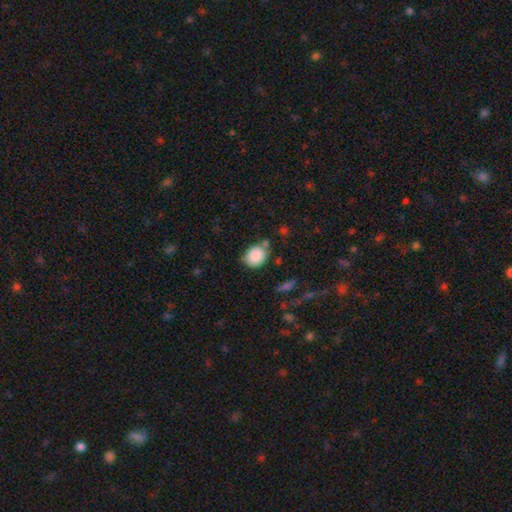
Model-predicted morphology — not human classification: smooth-or-featured: smooth: 87% | star or artifact: 8% | featured or disk: 5%
  how-rounded: round: 59% | in between: 40% | cigar-shaped: 1%
  merging: none: 69% | minor disturbance: 19% | merger: 8% | major disturbance: 4%